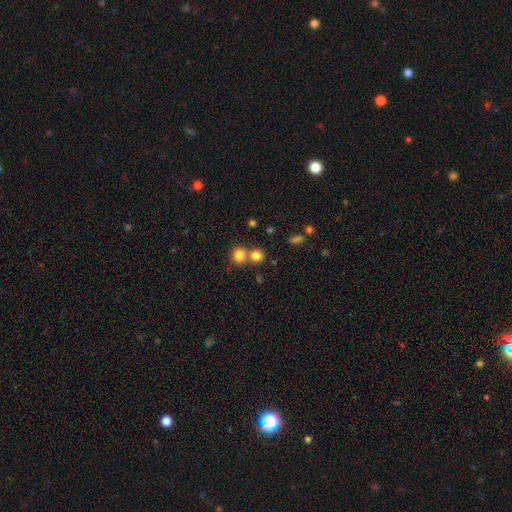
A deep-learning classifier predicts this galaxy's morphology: A smooth galaxy with no disk features (81%) that is round (84%).

Vote fractions:
- Smooth or featured? smooth: 81% / star or artifact: 12% / featured or disk: 7%
- How rounded? round: 84% / in between: 15% / cigar-shaped: 1%
- Merging? none: 51% / merger: 41% / minor disturbance: 6% / major disturbance: 3%